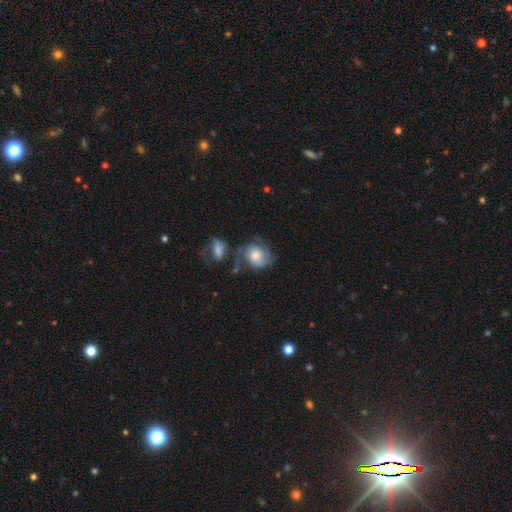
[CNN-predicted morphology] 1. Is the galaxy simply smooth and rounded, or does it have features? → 55% featured or disk, 37% smooth, 8% star or artifact.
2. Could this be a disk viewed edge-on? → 97% no, 3% yes.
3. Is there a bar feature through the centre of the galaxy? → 78% no, 19% weak, 3% strong.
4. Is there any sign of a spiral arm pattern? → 84% yes, 16% no.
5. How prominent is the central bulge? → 50% moderate, 26% large, 17% small, 4% none, 3% dominant.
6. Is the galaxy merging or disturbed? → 43% none, 22% minor disturbance, 18% merger, 17% major disturbance.